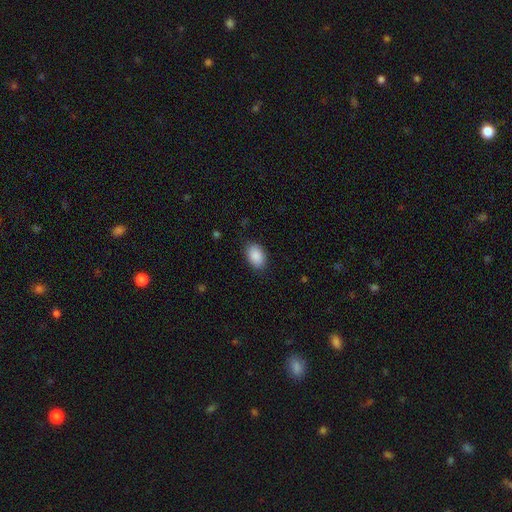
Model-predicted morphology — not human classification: Q: Smooth or featured?
A: smooth (90%); runner-up: star or artifact (7%)
Q: How rounded?
A: in between (87%); runner-up: round (12%)
Q: Merging?
A: none (86%); runner-up: minor disturbance (11%)